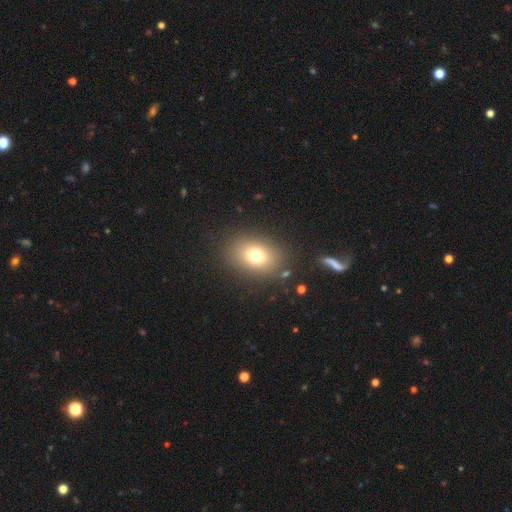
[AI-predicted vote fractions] Smooth or featured: smooth — 75% (star or artifact — 13%)
How rounded: in between — 67% (round — 32%)
Merging: none — 84% (minor disturbance — 9%)